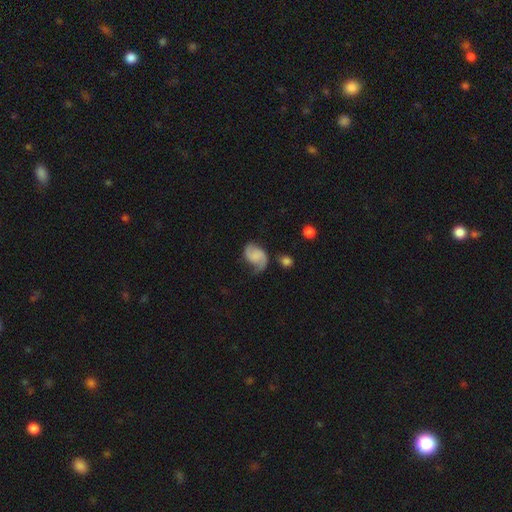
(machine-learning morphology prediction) Smooth or featured?
  - featured or disk: 69% *
  - smooth: 23%
  - star or artifact: 8%
Edge-on disk?
  - no: 98% *
  - yes: 2%
Bar?
  - no: 62% *
  - weak: 31%
  - strong: 8%
Spiral arms?
  - yes: 94% *
  - no: 6%
Spiral winding?
  - loose: 47% *
  - medium: 38%
  - tight: 15%
Spiral arm count?
  - 2: 86% *
  - 1: 8%
  - can't tell: 4%
  - 3: 1%
  - 4: 1%
  - more than 4: 1%
Bulge size?
  - none: 62% *
  - small: 18%
  - moderate: 10%
  - large: 7%
  - dominant: 3%
Merging?
  - none: 55% *
  - minor disturbance: 26%
  - major disturbance: 15%
  - merger: 4%